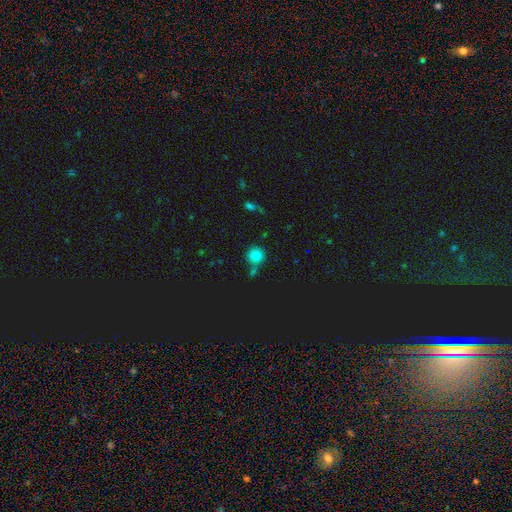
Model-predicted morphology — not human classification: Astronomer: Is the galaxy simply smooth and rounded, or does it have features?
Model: smooth — 75%.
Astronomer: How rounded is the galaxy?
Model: round — 92%.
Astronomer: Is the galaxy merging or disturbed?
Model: none — 67%.